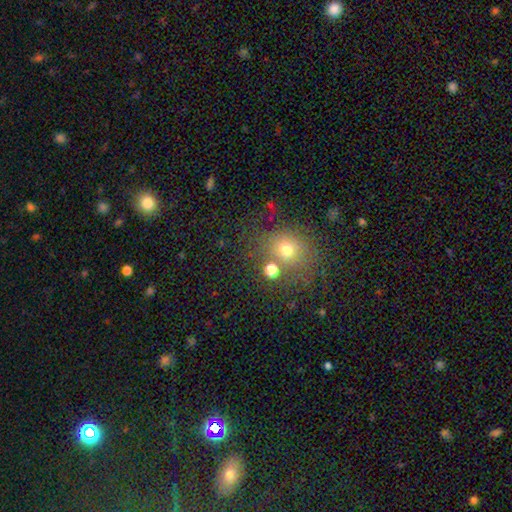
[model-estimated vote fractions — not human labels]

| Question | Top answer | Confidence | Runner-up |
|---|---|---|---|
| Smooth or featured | smooth | 53% | star or artifact (36%) |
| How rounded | round | 81% | in between (18%) |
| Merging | none | 70% | merger (14%) |